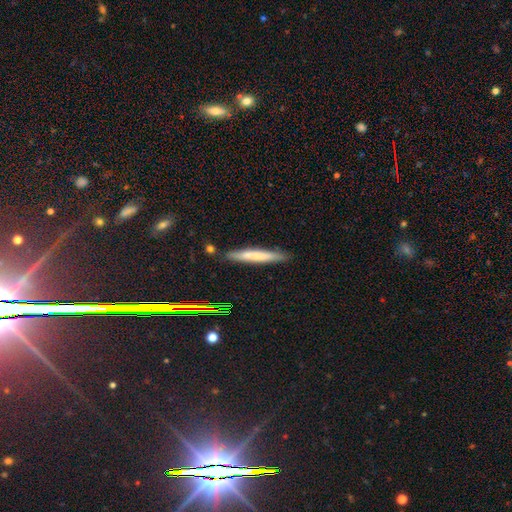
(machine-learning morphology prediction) smooth_or_featured: smooth (p=0.63) [alt: featured or disk p=0.29]
how_rounded: cigar-shaped (p=0.94) [alt: in between p=0.05]
merging: none (p=0.85) [alt: minor disturbance p=0.10]